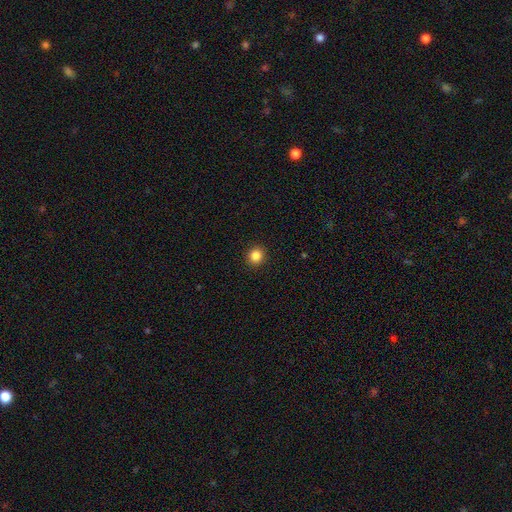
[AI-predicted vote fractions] Q: Smooth or featured?
A: smooth (85%); runner-up: star or artifact (11%)
Q: How rounded?
A: round (91%); runner-up: in between (9%)
Q: Merging?
A: none (93%); runner-up: minor disturbance (5%)